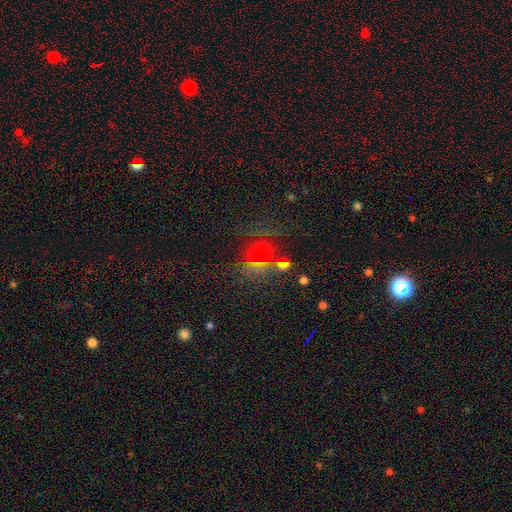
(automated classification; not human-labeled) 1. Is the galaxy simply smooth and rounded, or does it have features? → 49% smooth, 39% star or artifact, 12% featured or disk.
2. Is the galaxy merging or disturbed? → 68% none, 14% minor disturbance, 9% major disturbance, 9% merger.